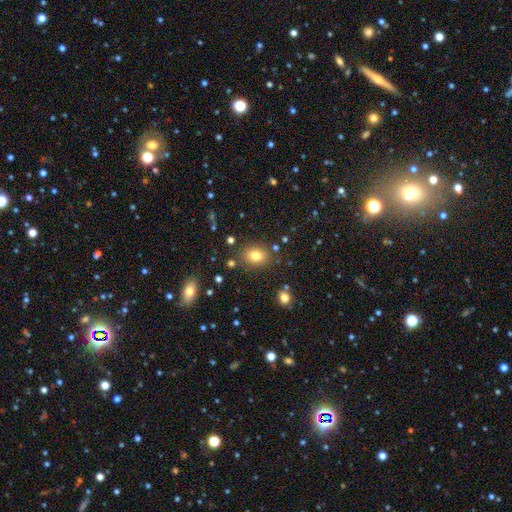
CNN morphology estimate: smooth_or_featured: smooth (p=0.79) [alt: star or artifact p=0.12]
how_rounded: in between (p=0.56) [alt: round p=0.42]
merging: none (p=0.83) [alt: minor disturbance p=0.10]